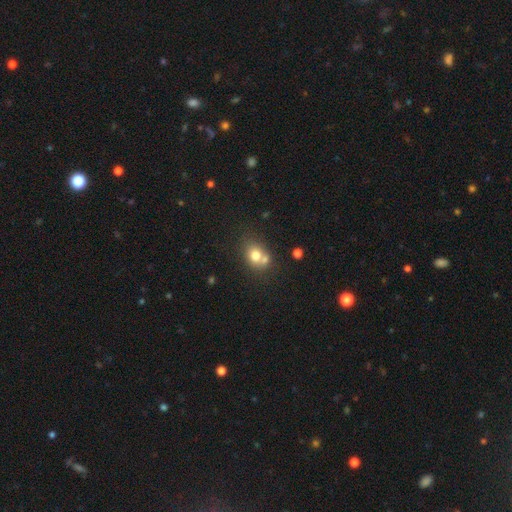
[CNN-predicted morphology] This is likely a smooth galaxy (73%). How rounded: possibly round (59%). Merging: marginally merger (42%, tied with none).